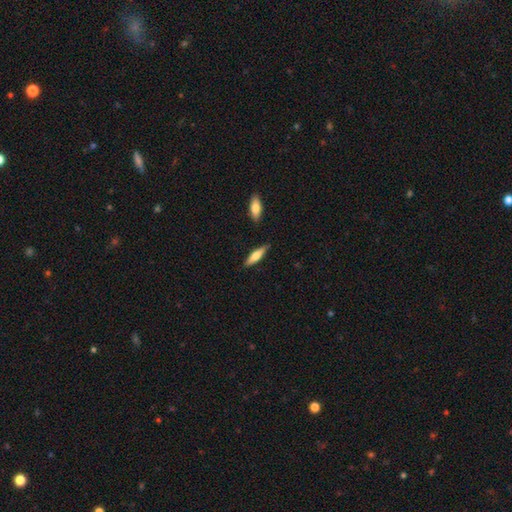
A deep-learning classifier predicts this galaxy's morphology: type=smooth (60%); roundness=cigar-shaped (70%); merging=none (85%).